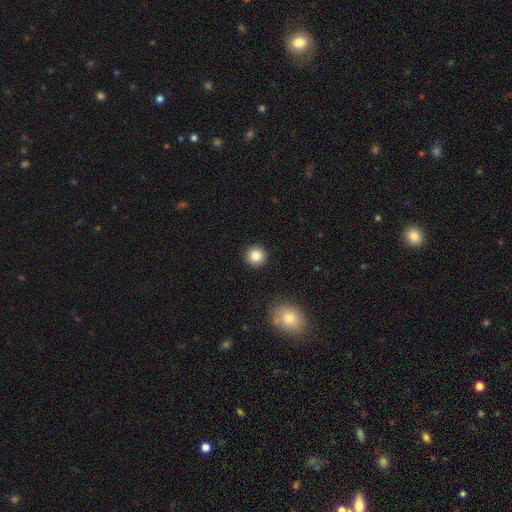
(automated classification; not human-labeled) A smooth galaxy with no disk features (85%) that is round (95%).

Vote fractions:
- Smooth or featured? smooth: 85% / star or artifact: 10% / featured or disk: 6%
- How rounded? round: 95% / in between: 4% / cigar-shaped: 1%
- Merging? none: 92% / minor disturbance: 5% / major disturbance: 2% / merger: 1%